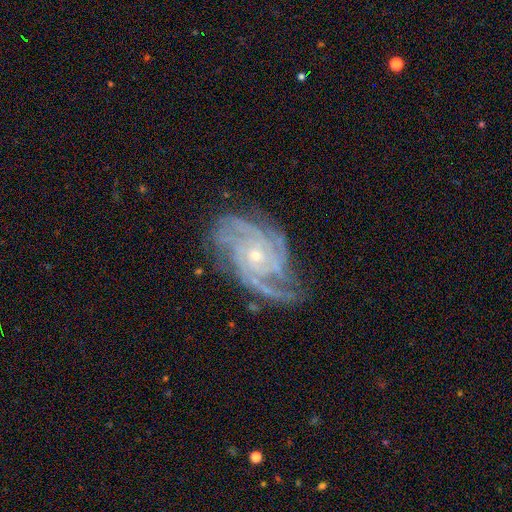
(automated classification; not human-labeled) Smooth or featured? featured or disk (90%)
Edge-on disk? no (97%)
Bar? no (74%)
Spiral arms? yes (98%)
Spiral winding? tight (60%)
Spiral arm count? 4 (28%)
Bulge size? small (71%)
Merging? none (69%)